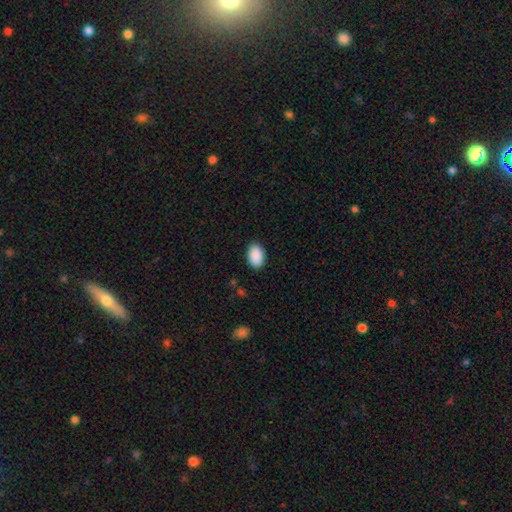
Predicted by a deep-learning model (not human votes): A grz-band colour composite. It shows a smooth galaxy with no disk features (91%) that is in between round and cigar-shaped (89%). Merging: none (88%).